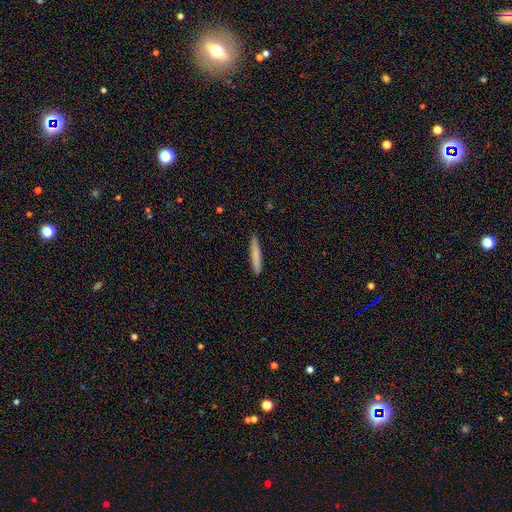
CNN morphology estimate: smooth-or-featured: smooth: 78% | featured or disk: 16% | star or artifact: 6%
  how-rounded: cigar-shaped: 95% | in between: 4% | round: 1%
  merging: none: 90% | minor disturbance: 7% | major disturbance: 1% | merger: 1%